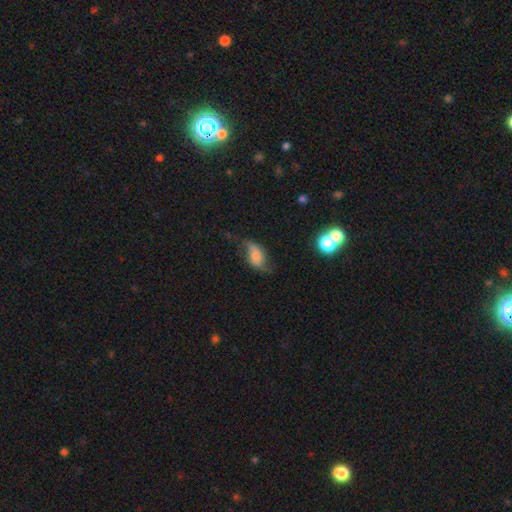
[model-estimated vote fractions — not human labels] smooth_or_featured: smooth (p=0.46) [alt: featured or disk p=0.43]
merging: none (p=0.50) [alt: minor disturbance p=0.29]